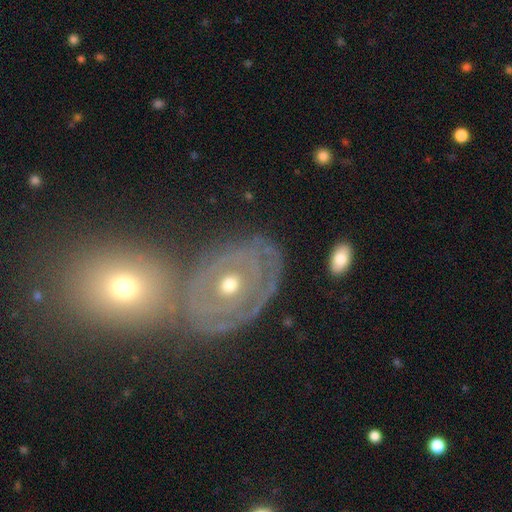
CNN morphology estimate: A featured or disk galaxy (75%) with no bar (81%), spiral arms (66%) and a moderate central bulge (61%). Merging: none (60%).